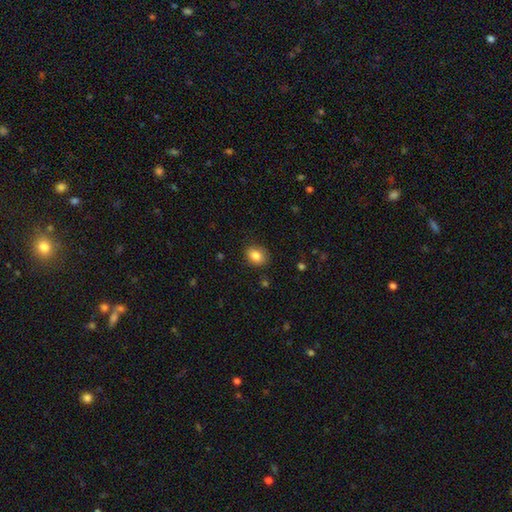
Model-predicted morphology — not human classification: This is clearly a smooth galaxy (84%). How rounded: possibly in between (58%). Merging: clearly none (84%).